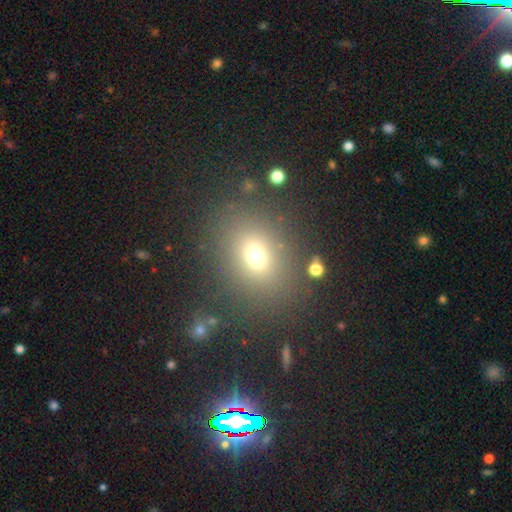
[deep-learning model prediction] smooth_or_featured: smooth (p=0.70) [alt: star or artifact p=0.19]
how_rounded: in between (p=0.51) [alt: round p=0.47]
merging: none (p=0.82) [alt: minor disturbance p=0.09]